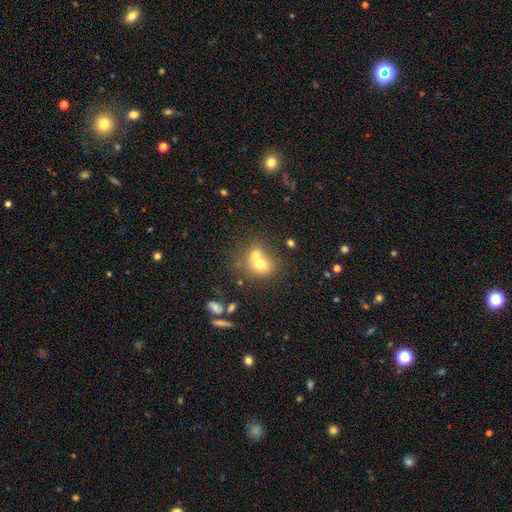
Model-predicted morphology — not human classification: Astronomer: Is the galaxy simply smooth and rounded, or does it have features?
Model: smooth — 67%.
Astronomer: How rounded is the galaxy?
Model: round — 65%.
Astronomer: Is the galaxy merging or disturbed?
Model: merger — 63%.